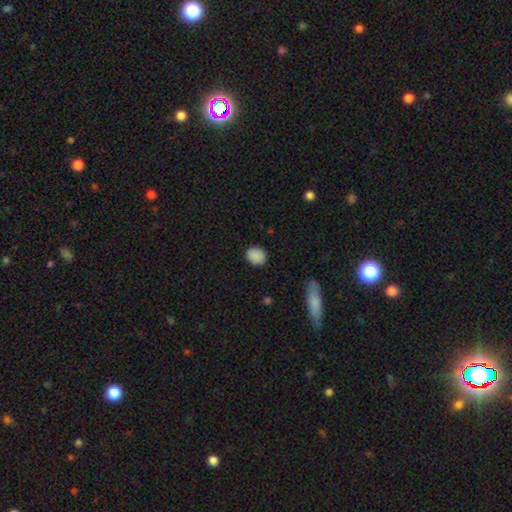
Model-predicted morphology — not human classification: smooth 88%, star or artifact 9%, featured or disk 3%. Down the decision tree: how rounded — round (62%); merging — none (85%).